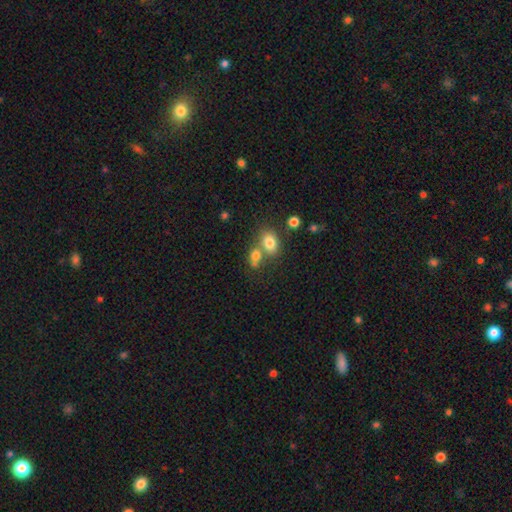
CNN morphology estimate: The model was most divided on "merging": merger: 45%, none: 40%, minor disturbance: 10%, major disturbance: 5%. More confident: smooth or featured — smooth (76%); how rounded — in between (54%).